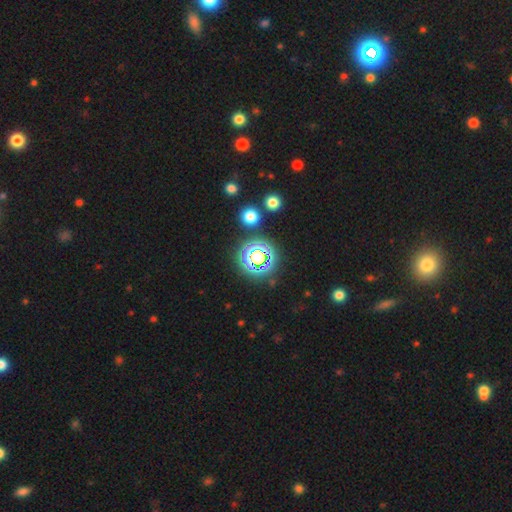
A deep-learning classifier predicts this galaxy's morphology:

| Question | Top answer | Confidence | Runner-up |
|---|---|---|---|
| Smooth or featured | star or artifact | 62% | smooth (26%) |